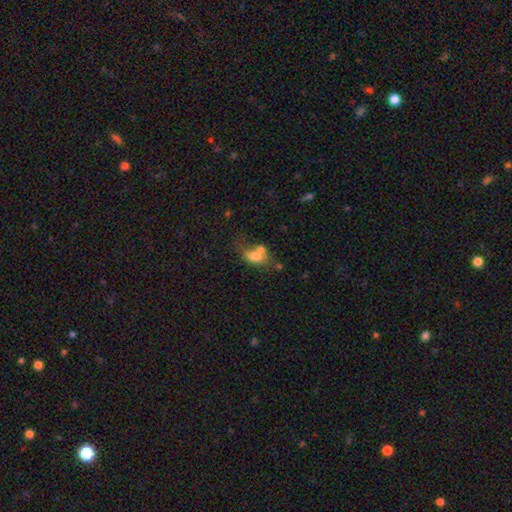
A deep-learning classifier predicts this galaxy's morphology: Q: Smooth or featured?
A: smooth (65%); runner-up: featured or disk (24%)
Q: How rounded?
A: in between (77%); runner-up: round (18%)
Q: Merging?
A: merger (47%); runner-up: none (26%)